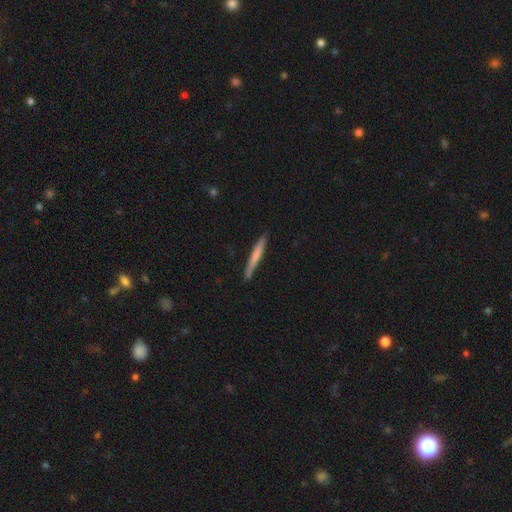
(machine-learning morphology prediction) A smooth galaxy with no disk features (60%) that is cigar-shaped (97%). Merging: none (89%).